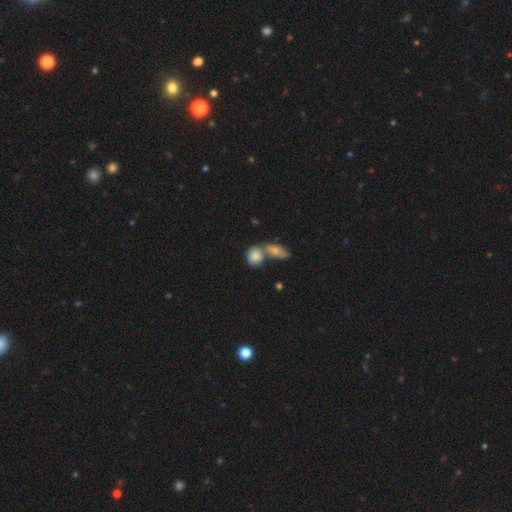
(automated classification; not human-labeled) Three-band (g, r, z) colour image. It shows a smooth galaxy with no disk features (81%) that is round (59%). Merging: merger (48%).